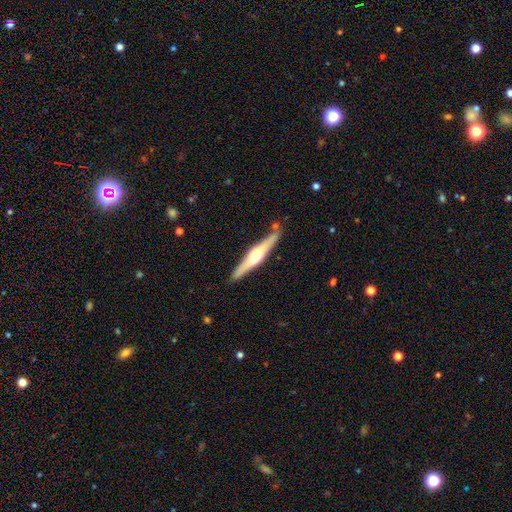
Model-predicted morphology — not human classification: smooth-or-featured: featured or disk: 66% | smooth: 30% | star or artifact: 5%
  disk-edge-on: yes: 96% | no: 4%
    edge-on-bulge: rounded: 86% | boxy: 9% | none: 5%
  merging: none: 82% | minor disturbance: 12% | merger: 4% | major disturbance: 2%